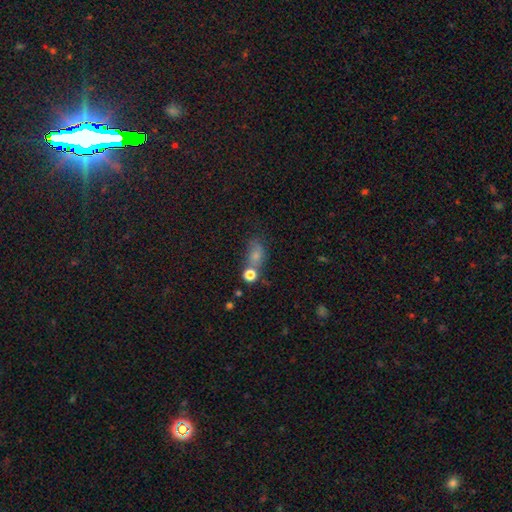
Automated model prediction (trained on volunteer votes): This appears to be a smooth galaxy with no disk features (69%) that is in between round and cigar-shaped (65%). Merging: none (45%).